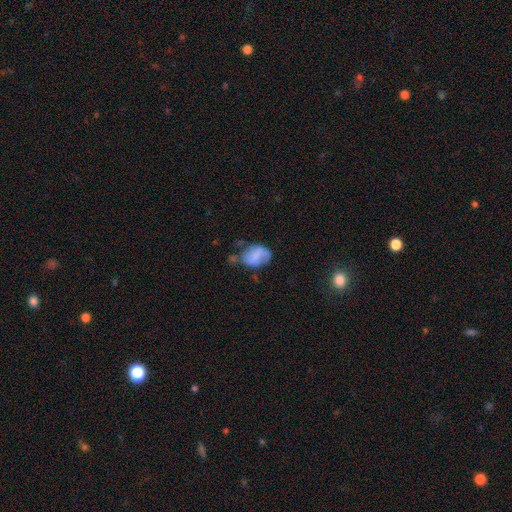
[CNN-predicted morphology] Q: Smooth or featured?
A: smooth (62%); runner-up: featured or disk (29%)
Q: How rounded?
A: in between (74%); runner-up: round (25%)
Q: Merging?
A: none (38%); runner-up: minor disturbance (33%)